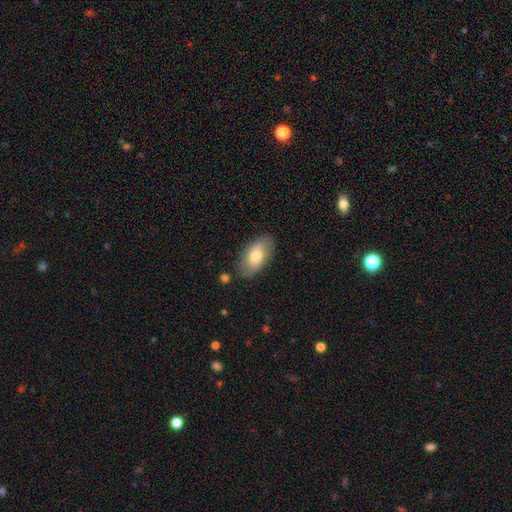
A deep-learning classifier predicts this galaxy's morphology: This appears to be a smooth galaxy with no disk features (66%) that is in between round and cigar-shaped (93%). Merging: none (78%).